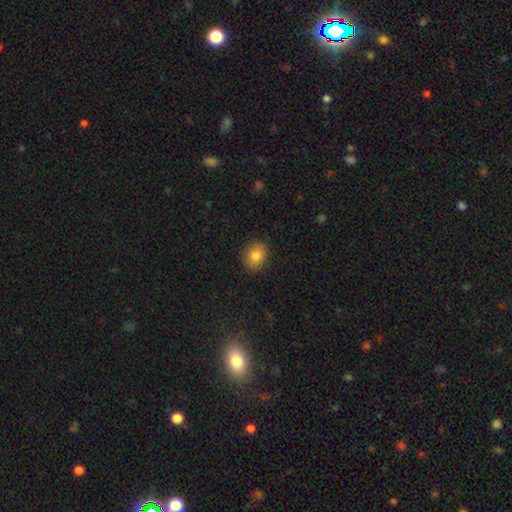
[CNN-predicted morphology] Smooth or featured?
  - smooth: 83% *
  - star or artifact: 9%
  - featured or disk: 7%
How rounded?
  - round: 56% *
  - in between: 44%
  - cigar-shaped: 1%
Merging?
  - none: 87% *
  - minor disturbance: 10%
  - major disturbance: 2%
  - merger: 1%